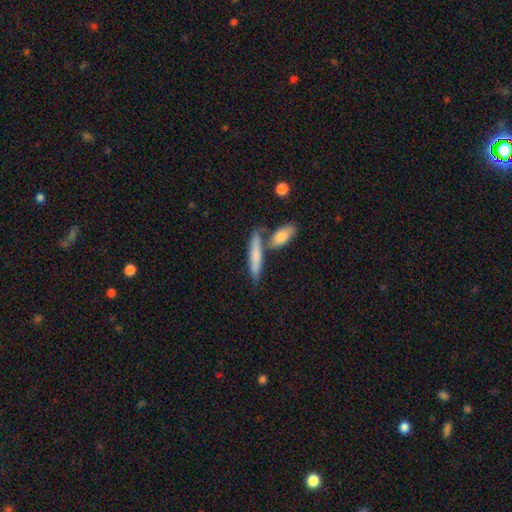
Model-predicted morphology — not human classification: This appears to be a smooth galaxy with no disk features (71%) that is cigar-shaped (81%). Merging: none (62%).